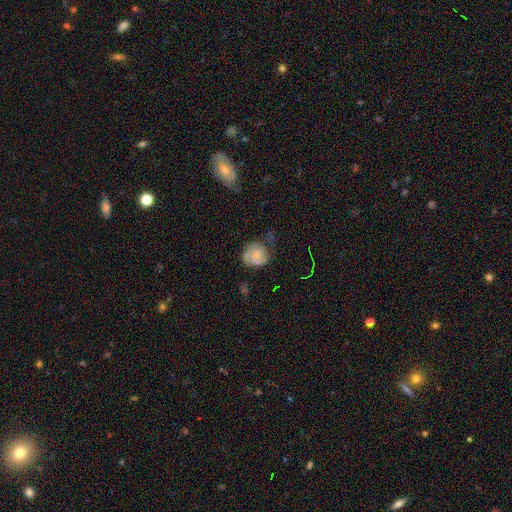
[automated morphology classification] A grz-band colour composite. It shows a featured or disk galaxy (55%) with no bar (67%), spiral arms (88%) and a small central bulge (55%). Merging: none (50%).